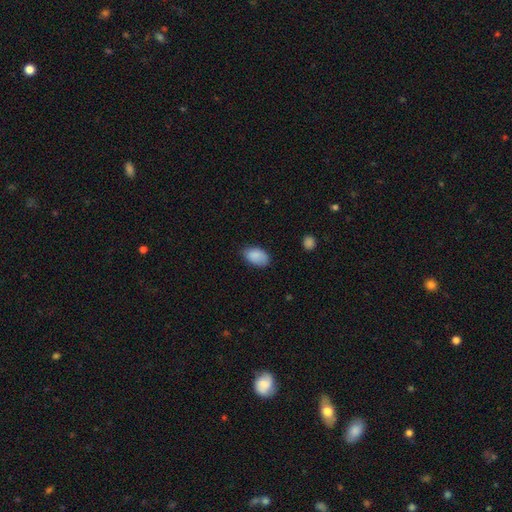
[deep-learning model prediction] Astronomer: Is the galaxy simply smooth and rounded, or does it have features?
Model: smooth — 87%.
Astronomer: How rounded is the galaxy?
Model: in between — 92%.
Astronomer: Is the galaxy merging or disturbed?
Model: none — 74%.